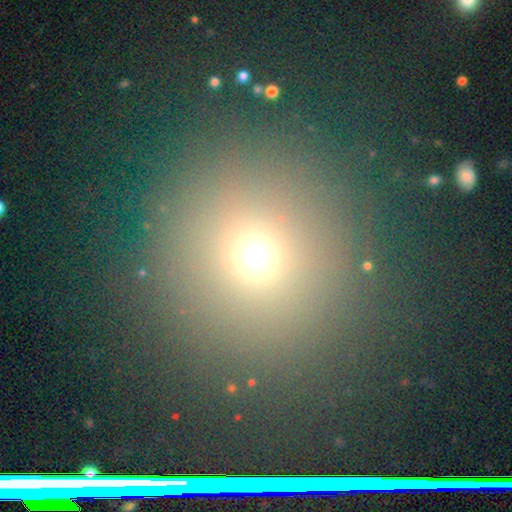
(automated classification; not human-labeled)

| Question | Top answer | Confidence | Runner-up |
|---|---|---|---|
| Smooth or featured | smooth | 66% | star or artifact (24%) |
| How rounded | round | 92% | in between (7%) |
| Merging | none | 86% | minor disturbance (7%) |